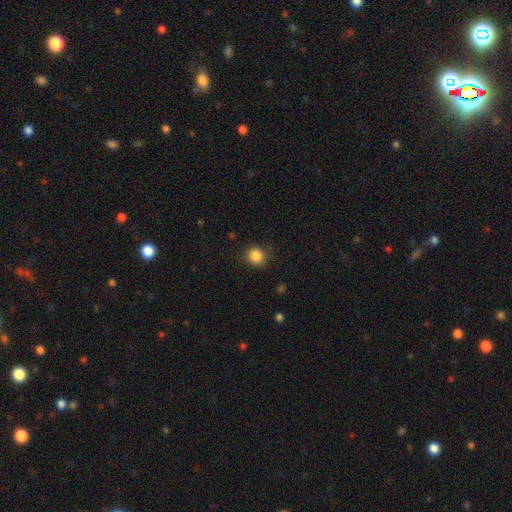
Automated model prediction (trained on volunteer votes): Smooth or featured: smooth — 86% (star or artifact — 10%)
How rounded: round — 84% (in between — 15%)
Merging: none — 85% (minor disturbance — 11%)